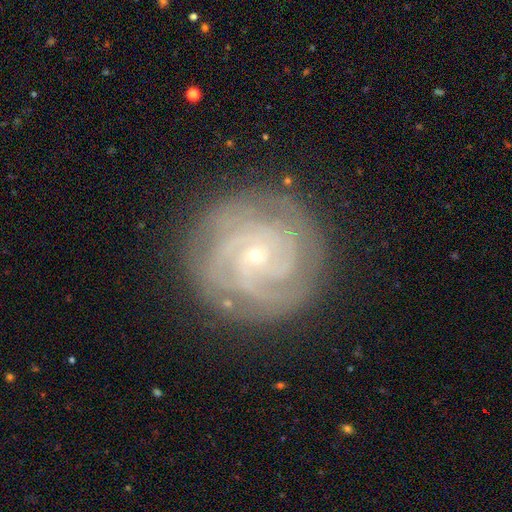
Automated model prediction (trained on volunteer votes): Q: Smooth or featured?
A: featured or disk (86%); runner-up: smooth (7%)
Q: Edge-on disk?
A: no (98%); runner-up: yes (2%)
Q: Bar?
A: no (73%); runner-up: weak (20%)
Q: Spiral arms?
A: yes (97%); runner-up: no (3%)
Q: Spiral winding?
A: tight (75%); runner-up: medium (22%)
Q: Spiral arm count?
A: 3 (30%); runner-up: 2 (20%)
Q: Bulge size?
A: small (88%); runner-up: moderate (8%)
Q: Merging?
A: none (83%); runner-up: minor disturbance (12%)